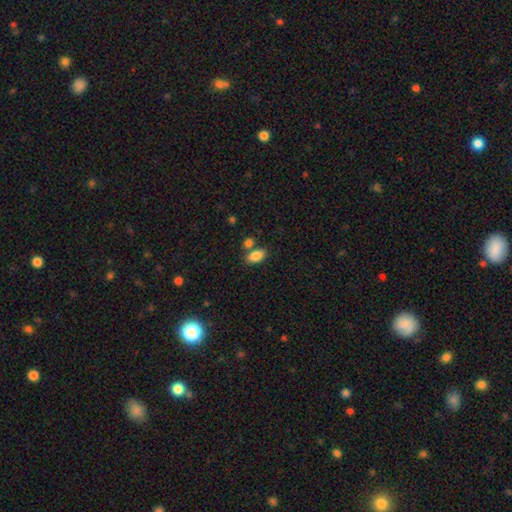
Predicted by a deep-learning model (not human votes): smooth_or_featured: smooth (p=0.86) [alt: star or artifact p=0.08]
how_rounded: in between (p=0.91) [alt: round p=0.06]
merging: none (p=0.65) [alt: merger p=0.20]